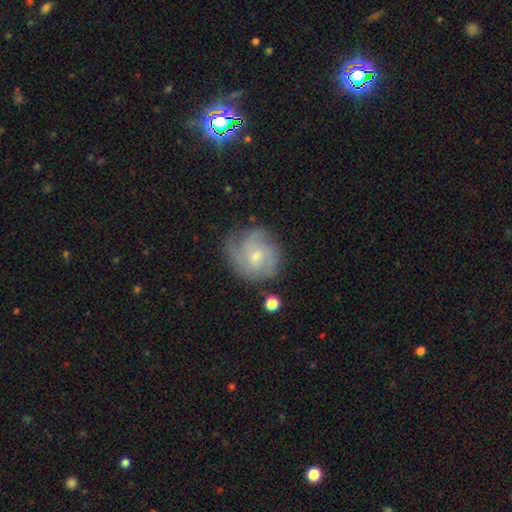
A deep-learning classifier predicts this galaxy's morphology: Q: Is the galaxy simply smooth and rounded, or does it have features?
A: featured or disk — 65%.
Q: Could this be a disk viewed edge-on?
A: no — 98%.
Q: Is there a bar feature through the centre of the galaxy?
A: no — 64%.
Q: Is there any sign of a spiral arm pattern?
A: yes — 87%.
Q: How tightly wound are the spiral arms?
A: tight — 47%.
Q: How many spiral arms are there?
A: can't tell — 35%.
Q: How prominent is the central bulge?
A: small — 54%.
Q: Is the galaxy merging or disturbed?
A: none — 67%.